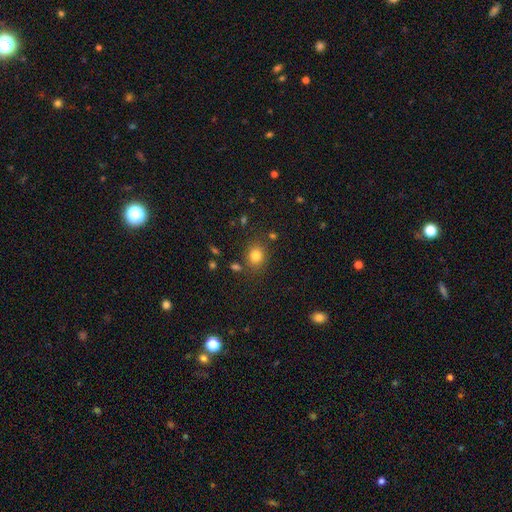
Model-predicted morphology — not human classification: Q: Smooth or featured?
A: smooth (80%); runner-up: star or artifact (13%)
Q: How rounded?
A: round (66%); runner-up: in between (33%)
Q: Merging?
A: none (79%); runner-up: minor disturbance (11%)